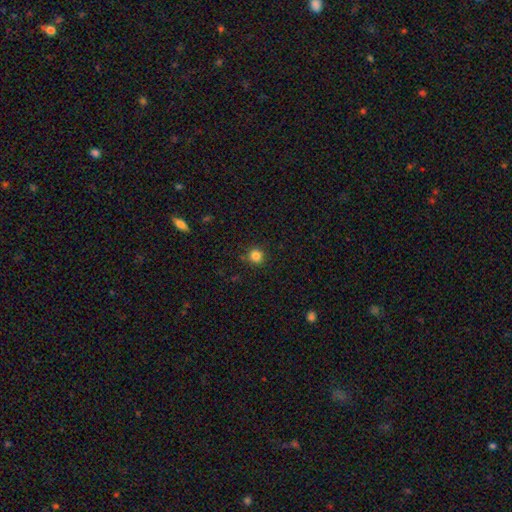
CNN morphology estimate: This is clearly a smooth galaxy (84%). How rounded: clearly round (93%). Merging: clearly none (89%).